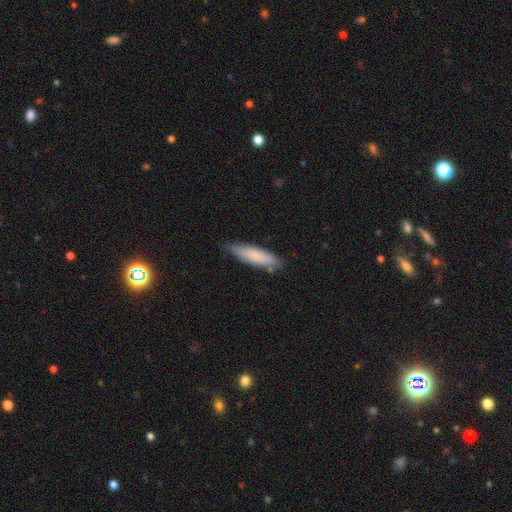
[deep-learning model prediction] Smooth or featured?
  - smooth: 79% *
  - featured or disk: 15%
  - star or artifact: 6%
How rounded?
  - cigar-shaped: 61% *
  - in between: 37%
  - round: 1%
Merging?
  - none: 78% *
  - minor disturbance: 17%
  - major disturbance: 3%
  - merger: 2%